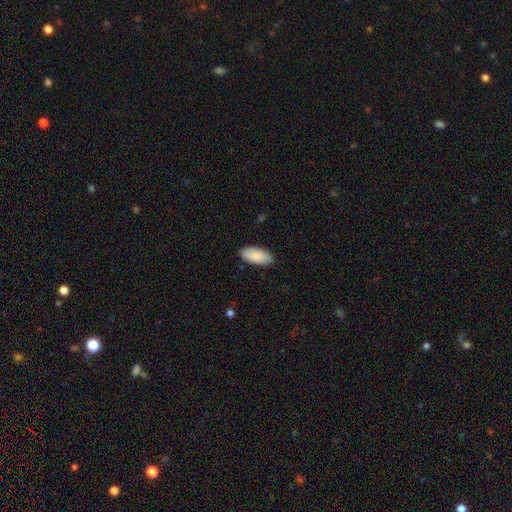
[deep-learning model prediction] smooth-or-featured: smooth: 88% | featured or disk: 6% | star or artifact: 6%
  how-rounded: in between: 91% | cigar-shaped: 7% | round: 2%
  merging: none: 88% | minor disturbance: 10% | major disturbance: 2% | merger: 1%